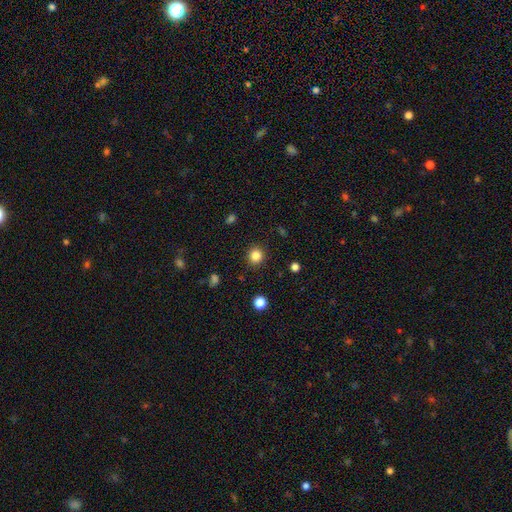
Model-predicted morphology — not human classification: type=smooth (83%); roundness=round (92%); merging=none (91%).